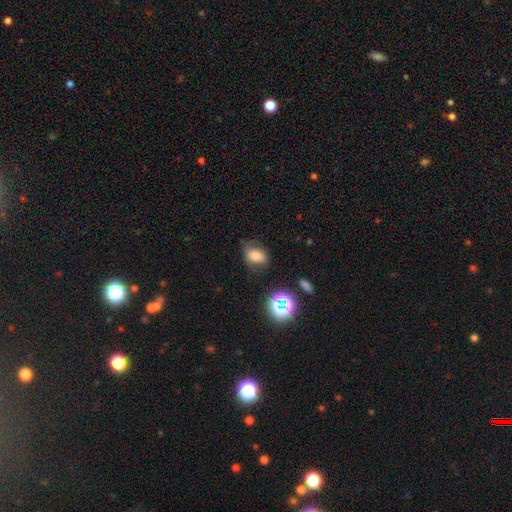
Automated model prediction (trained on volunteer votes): smooth_or_featured: smooth (p=0.69) [alt: star or artifact p=0.16]
how_rounded: in between (p=0.74) [alt: round p=0.25]
merging: none (p=0.60) [alt: minor disturbance p=0.26]